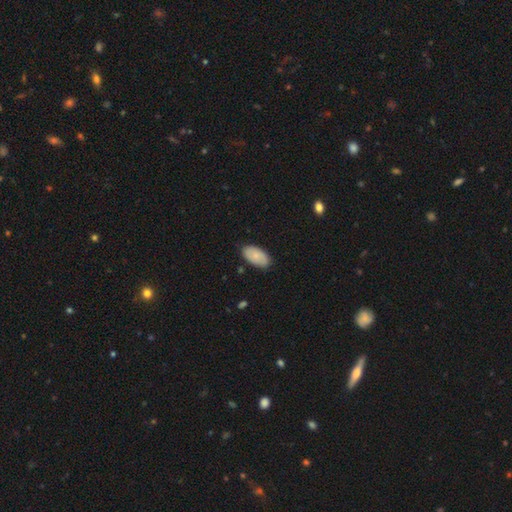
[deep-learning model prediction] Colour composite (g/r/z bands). It shows a smooth galaxy with no disk features (75%) that is in between round and cigar-shaped (95%). Merging: none (83%).